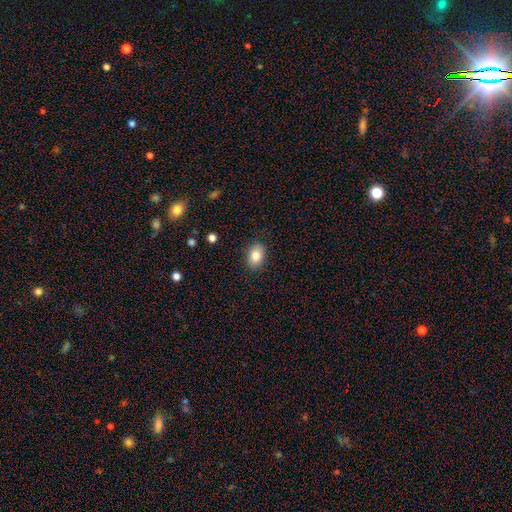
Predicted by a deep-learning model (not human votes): Smooth or featured? smooth (83%)
How rounded? in between (83%)
Merging? none (87%)